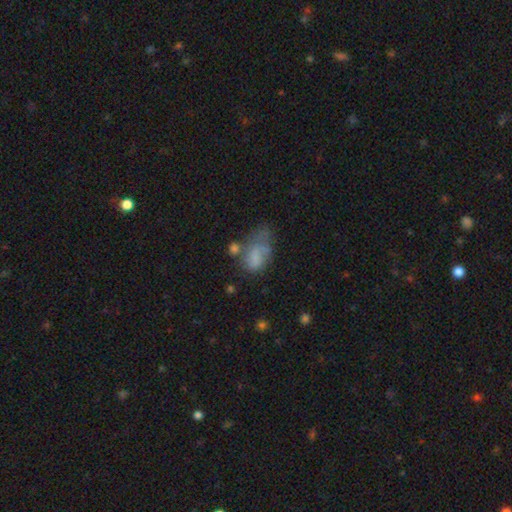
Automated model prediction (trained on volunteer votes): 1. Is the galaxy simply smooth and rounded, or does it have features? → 62% smooth, 27% featured or disk, 11% star or artifact.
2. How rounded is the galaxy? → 85% in between, 12% round, 2% cigar-shaped.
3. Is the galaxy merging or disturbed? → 37% major disturbance, 27% minor disturbance, 22% none, 14% merger.